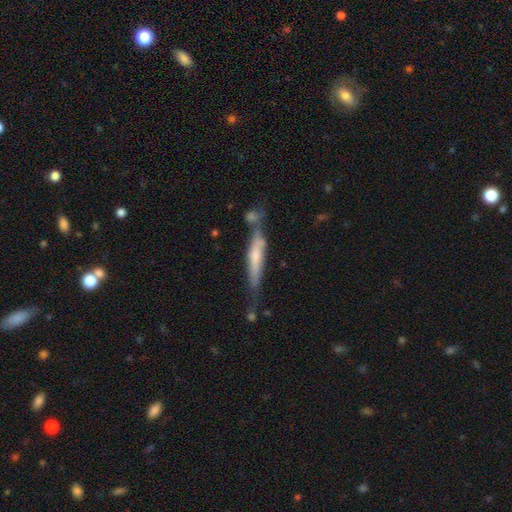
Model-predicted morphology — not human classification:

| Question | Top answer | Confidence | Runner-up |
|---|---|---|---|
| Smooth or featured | smooth | 51% | featured or disk (43%) |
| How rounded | cigar-shaped | 87% | in between (11%) |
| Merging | none | 40% | minor disturbance (25%) |